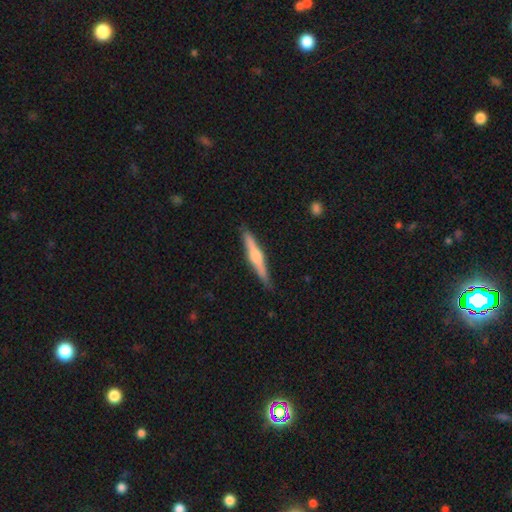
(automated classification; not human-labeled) Smooth or featured: featured or disk — 61% (smooth — 33%)
Edge-on disk: yes — 97% (no — 3%)
Edge-on bulge: rounded — 84% (boxy — 8%)
Merging: none — 87% (minor disturbance — 9%)